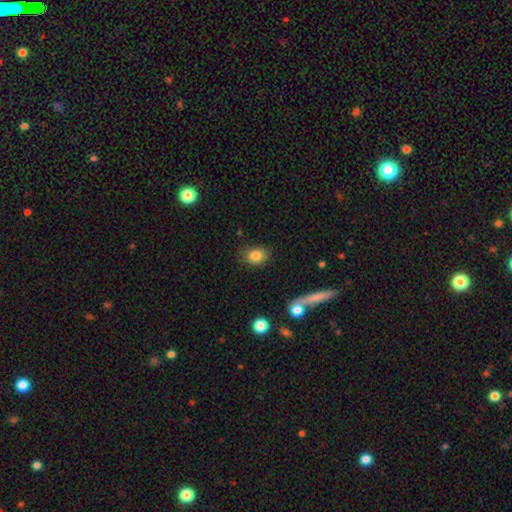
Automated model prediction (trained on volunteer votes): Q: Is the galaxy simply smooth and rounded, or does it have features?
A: smooth — 84%.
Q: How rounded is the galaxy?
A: in between — 56%.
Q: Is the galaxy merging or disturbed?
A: none — 82%.